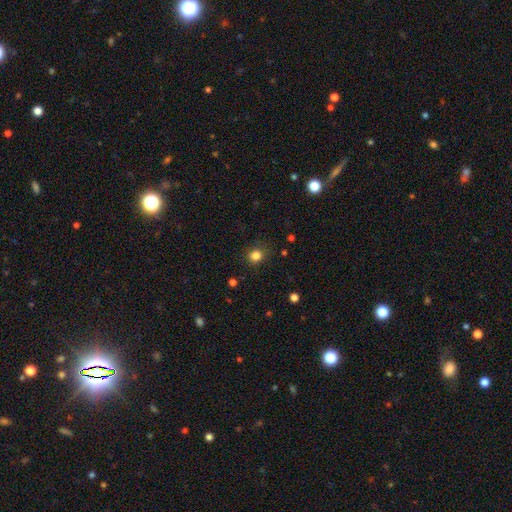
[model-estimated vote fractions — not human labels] A smooth galaxy with no disk features (83%) that is round (81%). Merging: none (83%).